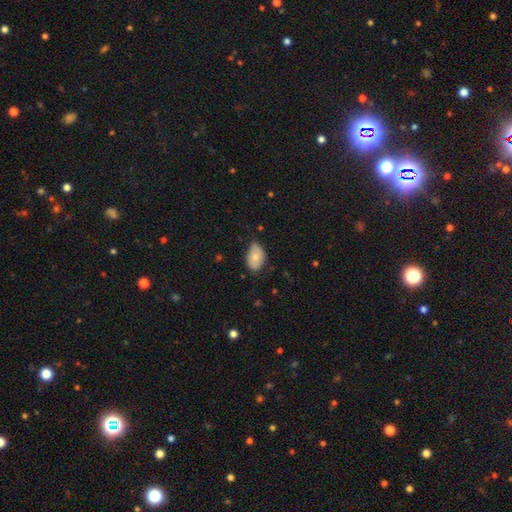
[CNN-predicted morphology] type=smooth (71%); roundness=in between (89%); merging=none (66%).